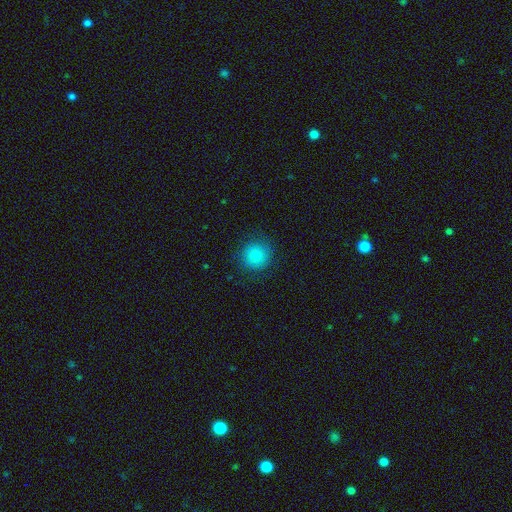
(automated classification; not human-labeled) This is clearly a smooth galaxy (85%). How rounded: clearly round (92%). Merging: clearly none (87%).